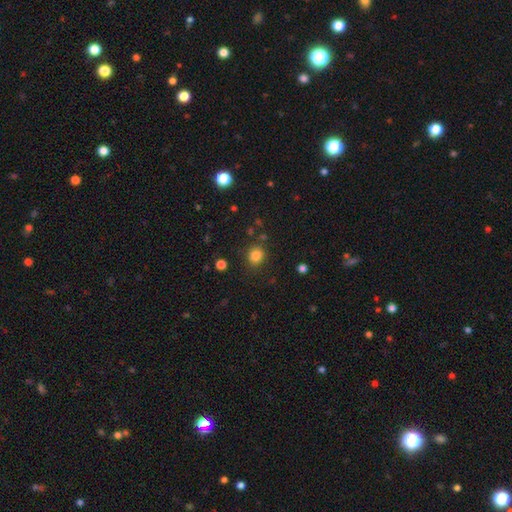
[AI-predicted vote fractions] smooth_or_featured: smooth (p=0.82) [alt: star or artifact p=0.13]
how_rounded: round (p=0.80) [alt: in between p=0.19]
merging: none (p=0.84) [alt: minor disturbance p=0.10]